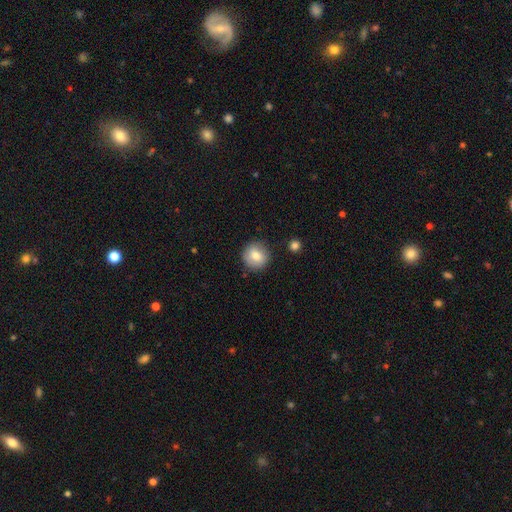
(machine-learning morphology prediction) This is likely a smooth galaxy (78%). How rounded: clearly round (93%). Merging: clearly none (85%).